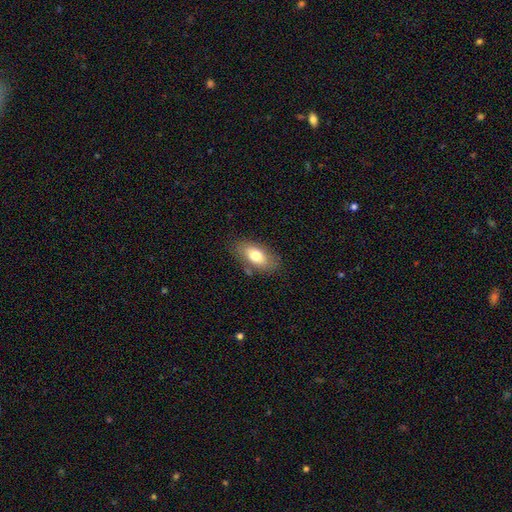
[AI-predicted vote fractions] Smooth or featured? Predicted: smooth (p=0.74). How rounded? Predicted: in between (p=0.89). Merging? Predicted: none (p=0.79).